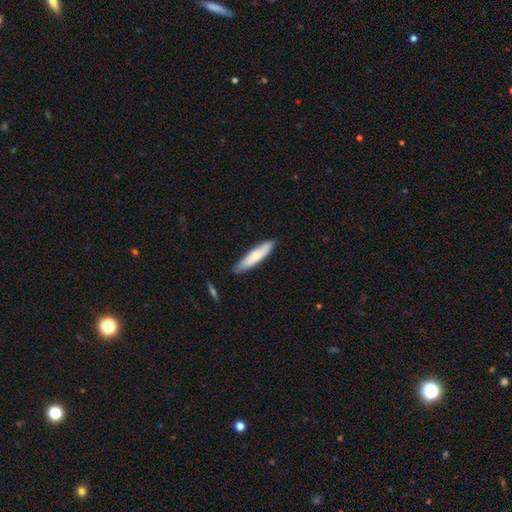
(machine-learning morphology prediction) A smooth galaxy with no disk features (74%) that is cigar-shaped (81%).

Vote fractions:
- Smooth or featured? smooth: 74% / featured or disk: 21% / star or artifact: 5%
- How rounded? cigar-shaped: 81% / in between: 18% / round: 1%
- Merging? none: 84% / minor disturbance: 12% / major disturbance: 2% / merger: 2%